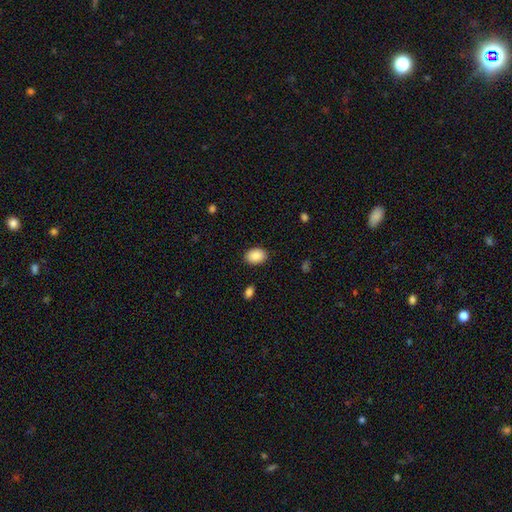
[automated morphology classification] This appears to be a smooth galaxy with no disk features (89%) that is in between round and cigar-shaped (80%). Merging: none (88%).